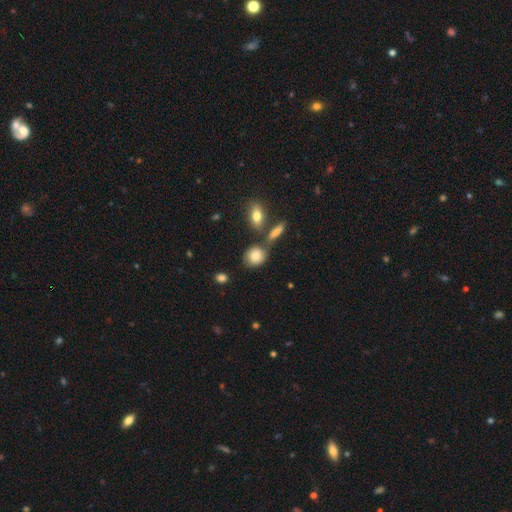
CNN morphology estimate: A smooth galaxy with no disk features (81%) that is round (61%).

Vote fractions:
- Smooth or featured? smooth: 81% / featured or disk: 10% / star or artifact: 8%
- How rounded? round: 61% / in between: 36% / cigar-shaped: 3%
- Merging? none: 60% / merger: 18% / minor disturbance: 17% / major disturbance: 5%